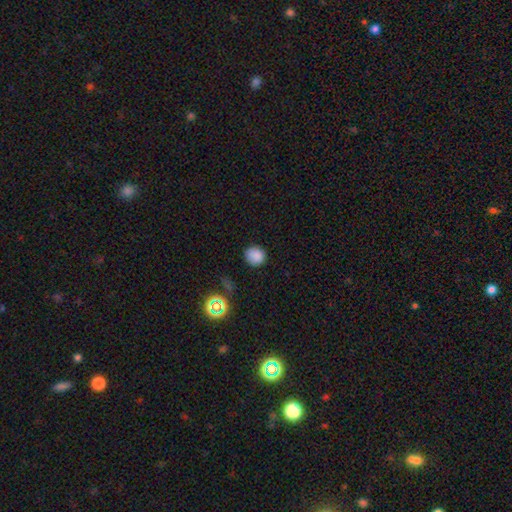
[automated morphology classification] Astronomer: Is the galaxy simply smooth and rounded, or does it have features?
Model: smooth — 83%.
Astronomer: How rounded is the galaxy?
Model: round — 88%.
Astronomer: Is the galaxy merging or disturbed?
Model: none — 84%.